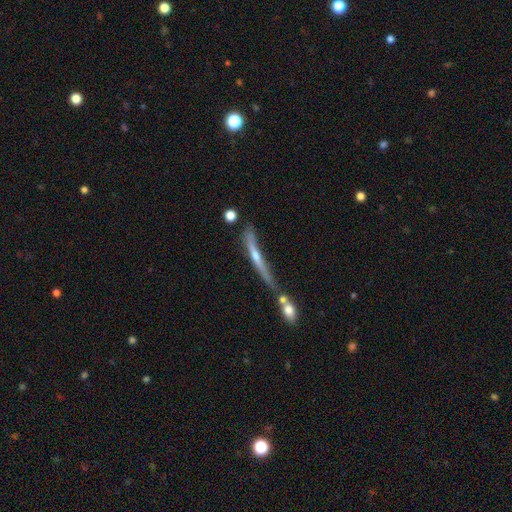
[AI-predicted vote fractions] Smooth or featured? Predicted: featured or disk (p=0.67). Edge-on disk? Predicted: yes (p=0.92). Edge-on bulge? Predicted: rounded (p=0.63). Merging? Predicted: none (p=0.51).